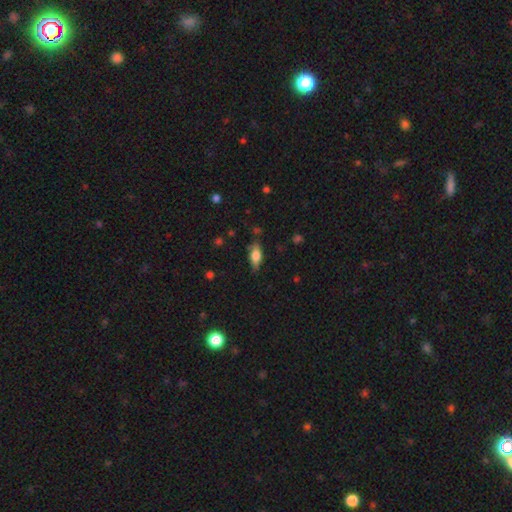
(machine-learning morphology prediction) Overall: smooth (68%). How rounded: in between (78%). Merging: none (74%).